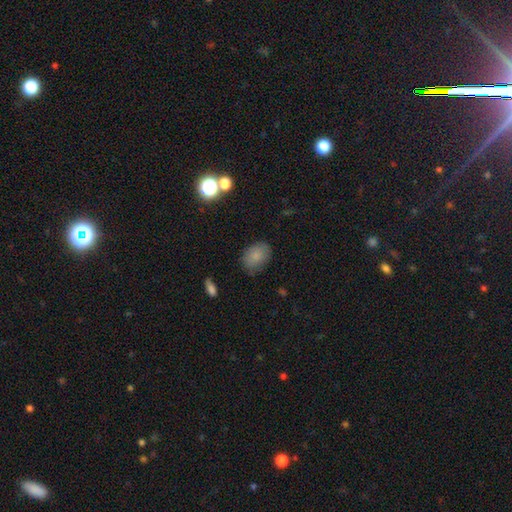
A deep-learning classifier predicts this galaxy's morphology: type=smooth (81%); roundness=in between (76%); merging=none (75%).